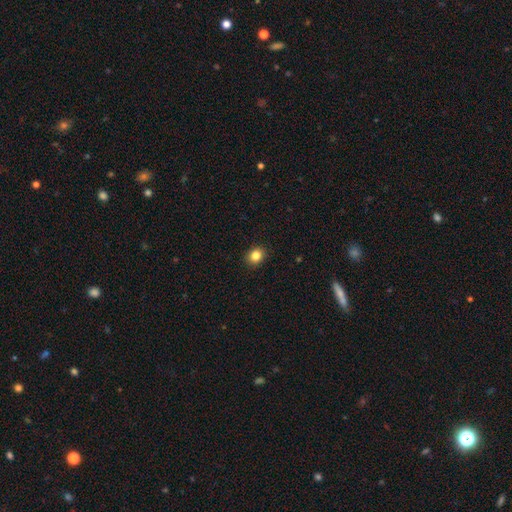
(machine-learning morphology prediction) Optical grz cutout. It shows a smooth galaxy with no disk features (84%) that is round (64%). Merging: none (91%).